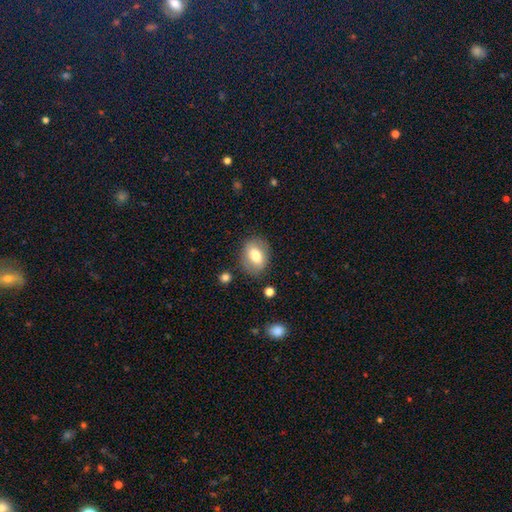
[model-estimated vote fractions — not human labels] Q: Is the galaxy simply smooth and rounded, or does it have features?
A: smooth — 72%.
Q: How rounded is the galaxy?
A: in between — 72%.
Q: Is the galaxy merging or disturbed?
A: none — 82%.